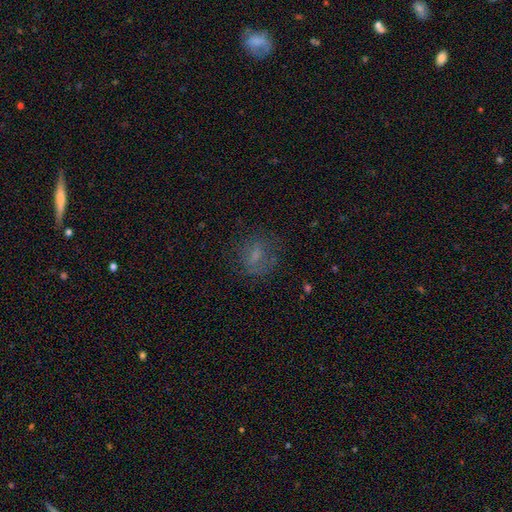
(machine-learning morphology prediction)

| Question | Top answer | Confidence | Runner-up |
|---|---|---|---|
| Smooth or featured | smooth | 53% | featured or disk (27%) |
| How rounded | round | 51% | in between (44%) |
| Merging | none | 63% | minor disturbance (19%) |